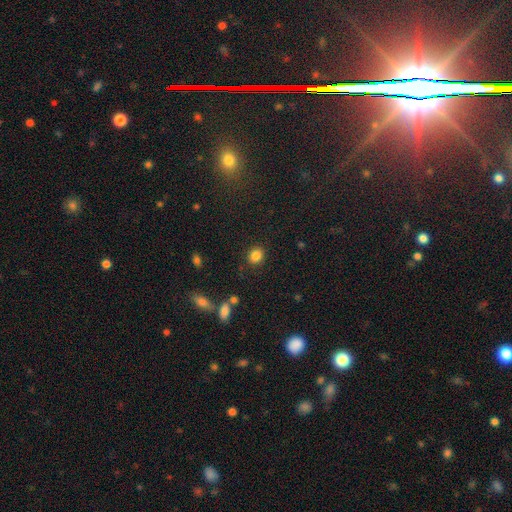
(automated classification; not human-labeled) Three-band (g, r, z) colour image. It shows a smooth galaxy with no disk features (84%) that is round (73%). Merging: none (86%).